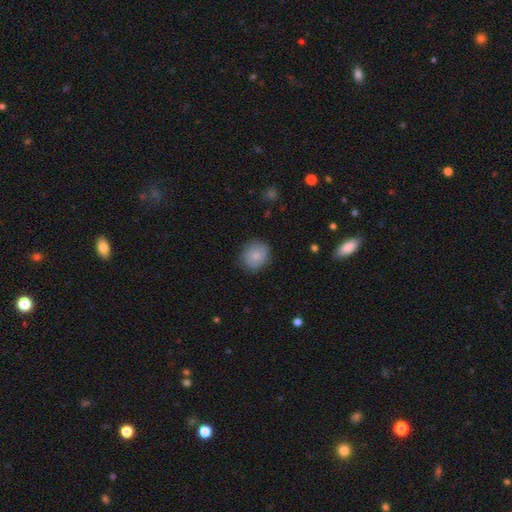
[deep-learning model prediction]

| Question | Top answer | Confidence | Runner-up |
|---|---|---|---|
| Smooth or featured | smooth | 81% | featured or disk (12%) |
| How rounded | round | 72% | in between (27%) |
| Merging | none | 80% | minor disturbance (15%) |